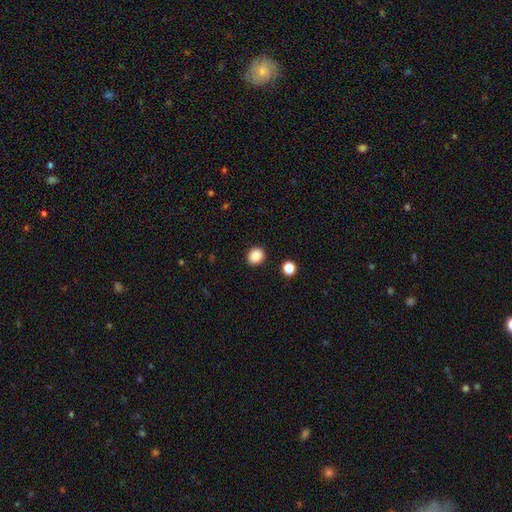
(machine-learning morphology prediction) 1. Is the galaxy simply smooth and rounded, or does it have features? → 87% smooth, 10% star or artifact, 3% featured or disk.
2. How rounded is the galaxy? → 74% round, 25% in between, 1% cigar-shaped.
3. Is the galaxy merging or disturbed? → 90% none, 6% minor disturbance, 2% major disturbance, 2% merger.